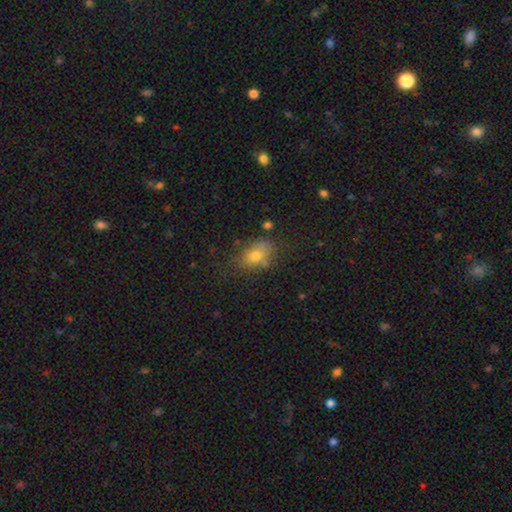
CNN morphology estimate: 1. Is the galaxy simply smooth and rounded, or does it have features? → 73% smooth, 15% featured or disk, 13% star or artifact.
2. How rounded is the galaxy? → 76% in between, 22% round, 2% cigar-shaped.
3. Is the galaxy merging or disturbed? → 64% none, 23% minor disturbance, 8% major disturbance, 5% merger.